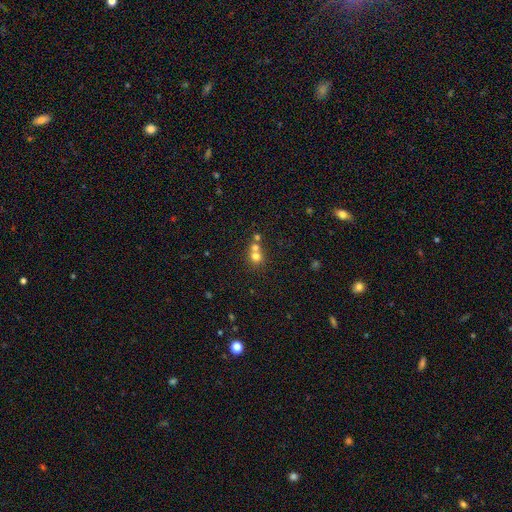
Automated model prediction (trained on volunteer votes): Smooth or featured: smooth — 70% (star or artifact — 16%)
How rounded: round — 84% (in between — 15%)
Merging: merger — 51% (none — 40%)